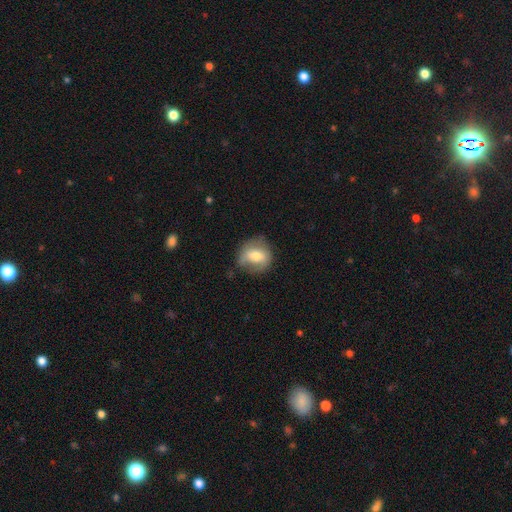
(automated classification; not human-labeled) A smooth galaxy with no disk features (59%) that is round (70%). Merging: none (67%).